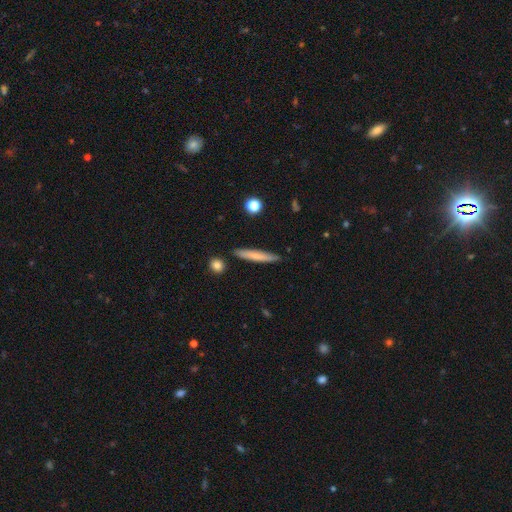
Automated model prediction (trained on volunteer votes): A smooth galaxy with no disk features (70%) that is cigar-shaped (94%).

Vote fractions:
- Smooth or featured? smooth: 70% / featured or disk: 24% / star or artifact: 6%
- How rounded? cigar-shaped: 94% / in between: 5% / round: 1%
- Merging? none: 87% / minor disturbance: 9% / merger: 2% / major disturbance: 2%